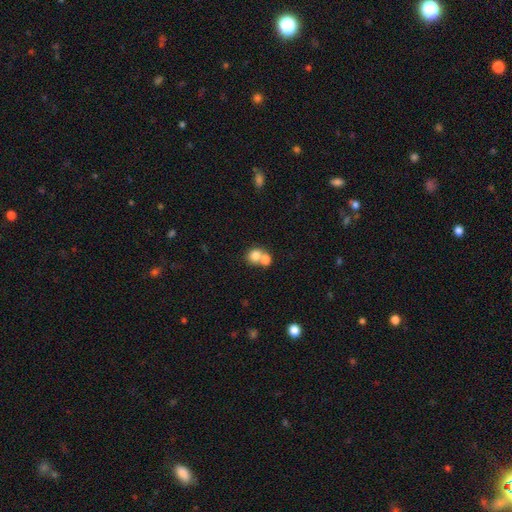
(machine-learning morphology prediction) smooth_or_featured: smooth (p=0.78) [alt: featured or disk p=0.12]
how_rounded: round (p=0.74) [alt: in between p=0.25]
merging: merger (p=0.58) [alt: none p=0.33]